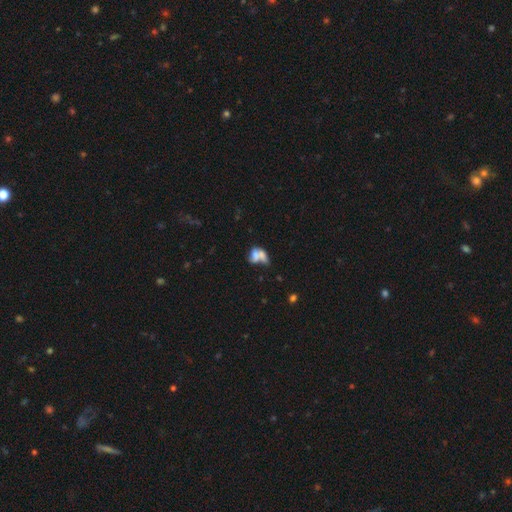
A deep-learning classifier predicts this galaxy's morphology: A smooth galaxy with no disk features (57%) that is in between round and cigar-shaped (74%).

Vote fractions:
- Smooth or featured? smooth: 57% / featured or disk: 31% / star or artifact: 12%
- How rounded? in between: 74% / round: 21% / cigar-shaped: 5%
- Merging? merger: 57% / none: 18% / major disturbance: 14% / minor disturbance: 11%